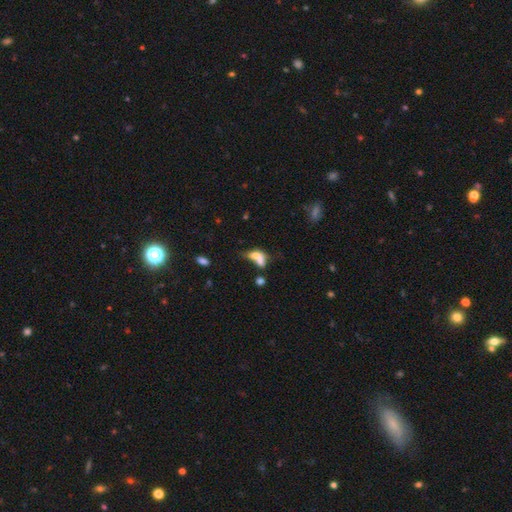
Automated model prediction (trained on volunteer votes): The model was most divided on "merging": merger: 49%, major disturbance: 20%, none: 18%, minor disturbance: 13%. More confident: how rounded — in between (75%); smooth or featured — smooth (63%).